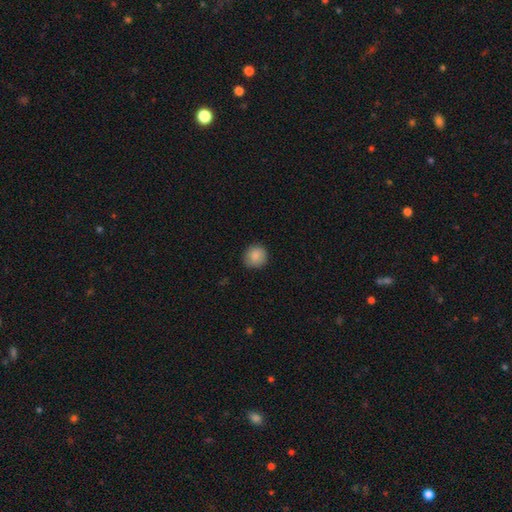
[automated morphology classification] smooth 88%, star or artifact 8%, featured or disk 4%. Down the decision tree: how rounded — round (91%); merging — none (88%).